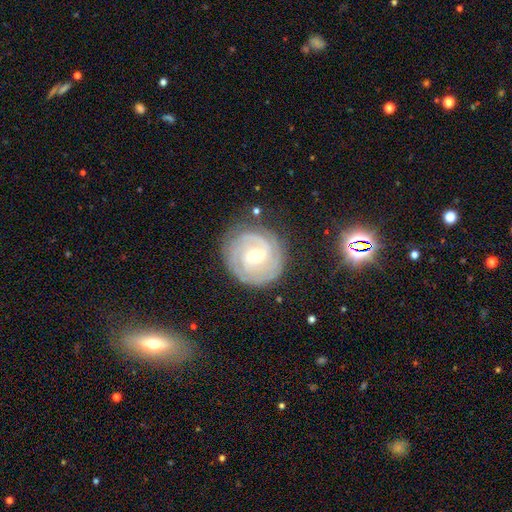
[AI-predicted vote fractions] This appears to be a featured or disk galaxy (84%) with a weak bar (52%), 2 (35%) tight (74%) spiral arms (95%) and a moderate central bulge (51%). Merging: none (80%).